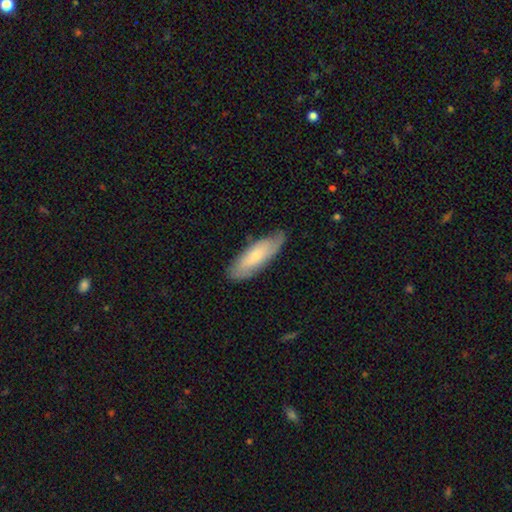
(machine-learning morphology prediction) Q: Smooth or featured?
A: smooth (64%); runner-up: featured or disk (31%)
Q: How rounded?
A: in between (58%); runner-up: cigar-shaped (40%)
Q: Merging?
A: none (73%); runner-up: minor disturbance (21%)